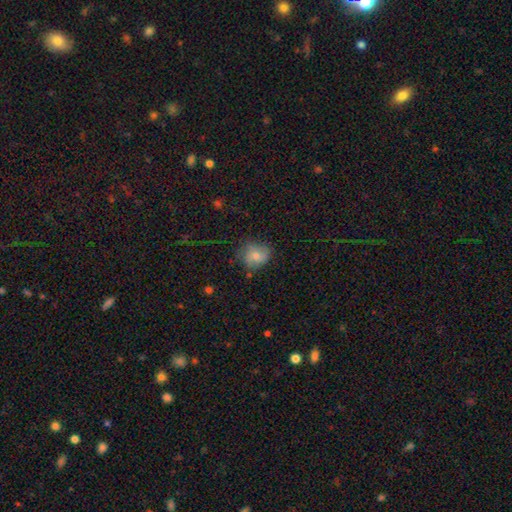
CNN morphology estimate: smooth 62%, featured or disk 29%, star or artifact 9%. Down the decision tree: how rounded — round (66%); merging — none (63%).